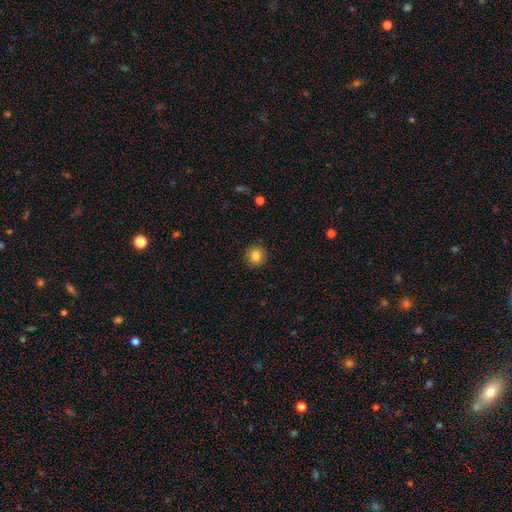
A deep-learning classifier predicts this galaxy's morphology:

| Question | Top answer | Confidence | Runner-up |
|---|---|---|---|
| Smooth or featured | smooth | 84% | star or artifact (10%) |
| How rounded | round | 90% | in between (9%) |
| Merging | none | 91% | minor disturbance (6%) |